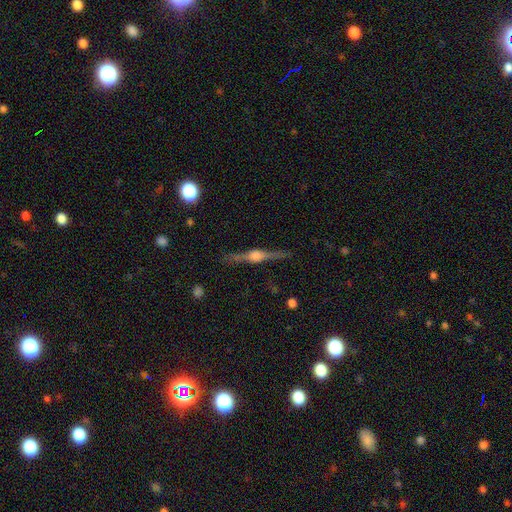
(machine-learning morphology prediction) Smooth or featured? featured or disk (84%)
Edge-on disk? yes (98%)
Edge-on bulge? rounded (90%)
Merging? none (87%)